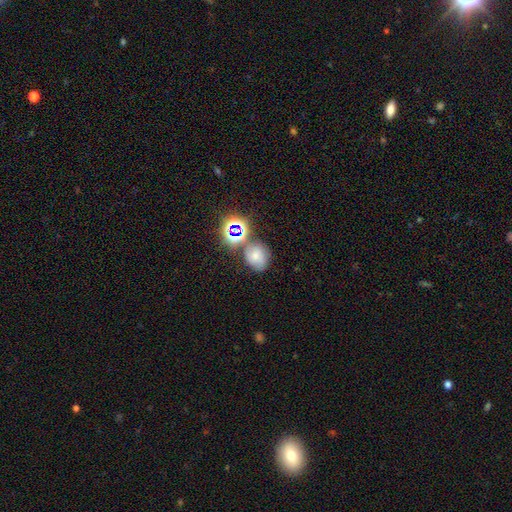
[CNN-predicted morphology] smooth 56%, star or artifact 25%, featured or disk 18%. Down the decision tree: how rounded — round (58%); merging — none (58%).